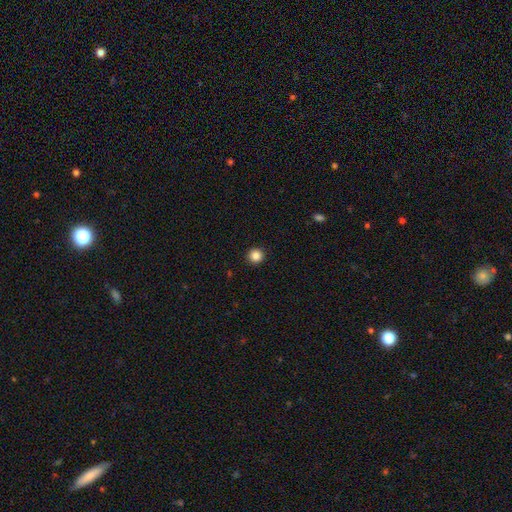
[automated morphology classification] This is clearly a smooth galaxy (85%). How rounded: clearly round (95%). Merging: clearly none (93%).